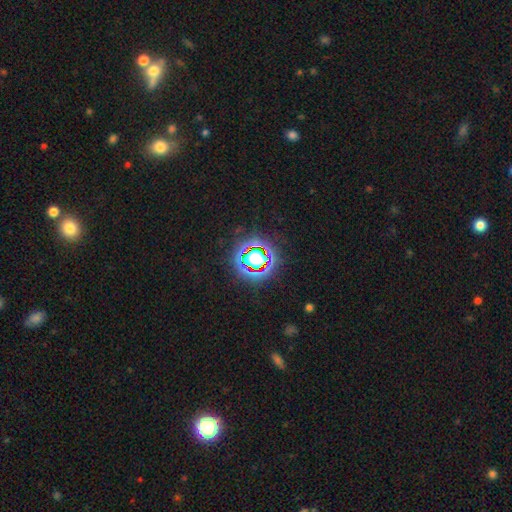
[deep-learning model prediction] smooth-or-featured: star or artifact: 77% | smooth: 14% | featured or disk: 9%